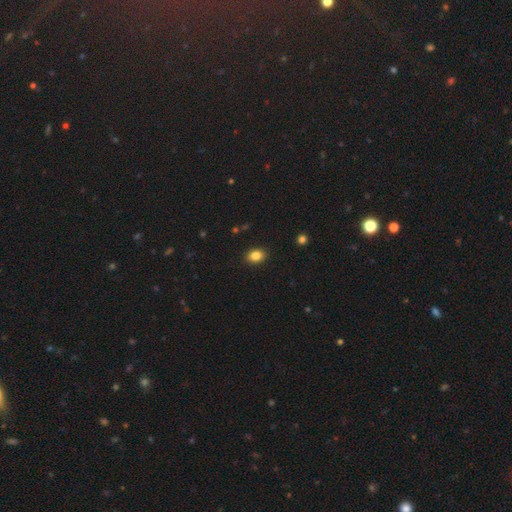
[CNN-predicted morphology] Smooth or featured?
  - smooth: 85% *
  - star or artifact: 10%
  - featured or disk: 5%
How rounded?
  - in between: 67% *
  - round: 32%
  - cigar-shaped: 1%
Merging?
  - none: 89% *
  - minor disturbance: 8%
  - major disturbance: 2%
  - merger: 1%